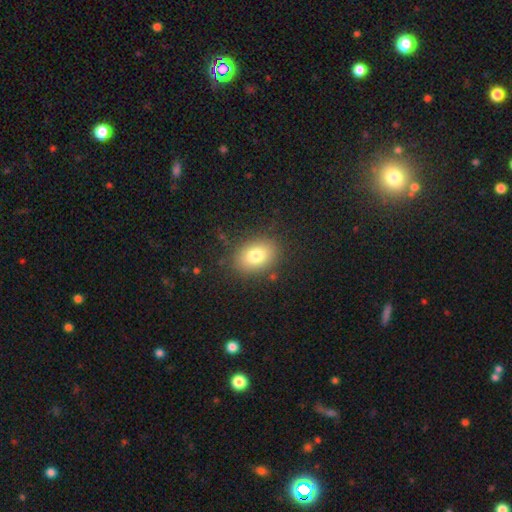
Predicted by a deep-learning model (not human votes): smooth 79%, featured or disk 11%, star or artifact 10%. Down the decision tree: how rounded — in between (73%); merging — none (83%).